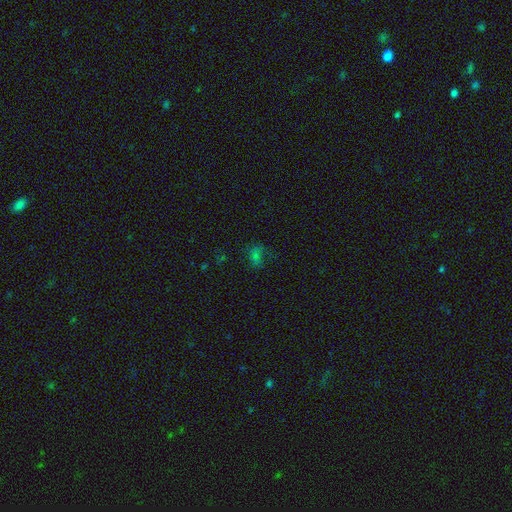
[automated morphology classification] Smooth or featured? Predicted: smooth (p=0.46). Merging? Predicted: none (p=0.52).